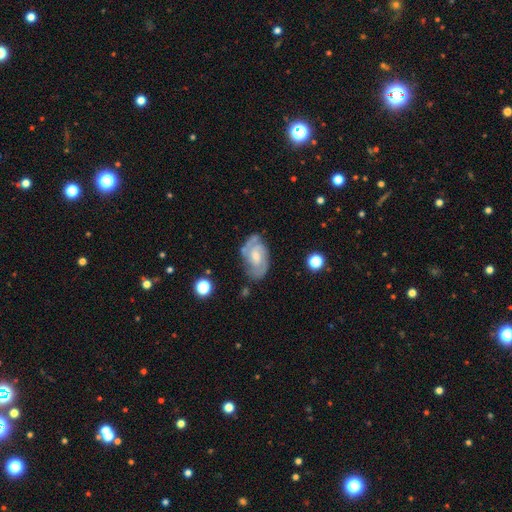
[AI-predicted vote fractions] Q: Smooth or featured?
A: featured or disk (77%); runner-up: smooth (17%)
Q: Edge-on disk?
A: no (96%); runner-up: yes (4%)
Q: Bar?
A: no (46%); runner-up: weak (45%)
Q: Spiral arms?
A: yes (92%); runner-up: no (8%)
Q: Spiral winding?
A: tight (45%); runner-up: medium (44%)
Q: Spiral arm count?
A: 2 (73%); runner-up: can't tell (15%)
Q: Bulge size?
A: moderate (47%); runner-up: small (30%)
Q: Merging?
A: none (67%); runner-up: minor disturbance (22%)